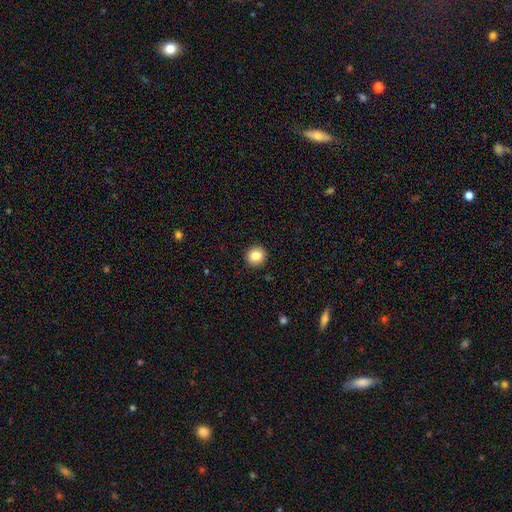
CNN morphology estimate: A smooth galaxy with no disk features (85%) that is round (92%).

Vote fractions:
- Smooth or featured? smooth: 85% / star or artifact: 9% / featured or disk: 6%
- How rounded? round: 92% / in between: 7% / cigar-shaped: 1%
- Merging? none: 92% / minor disturbance: 5% / major disturbance: 2% / merger: 1%